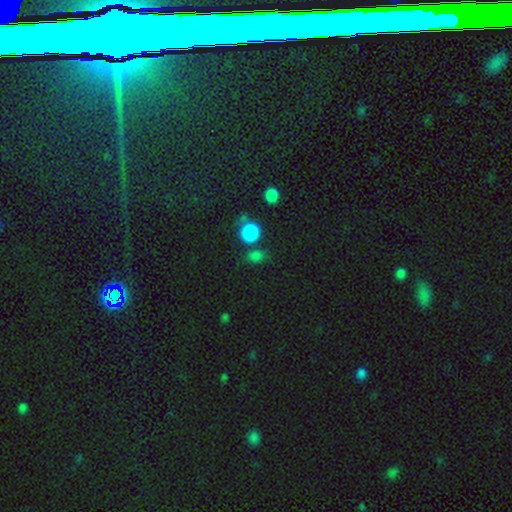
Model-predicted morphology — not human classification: Q: Smooth or featured?
A: smooth (75%); runner-up: star or artifact (20%)
Q: How rounded?
A: round (66%); runner-up: in between (32%)
Q: Merging?
A: none (63%); runner-up: minor disturbance (16%)